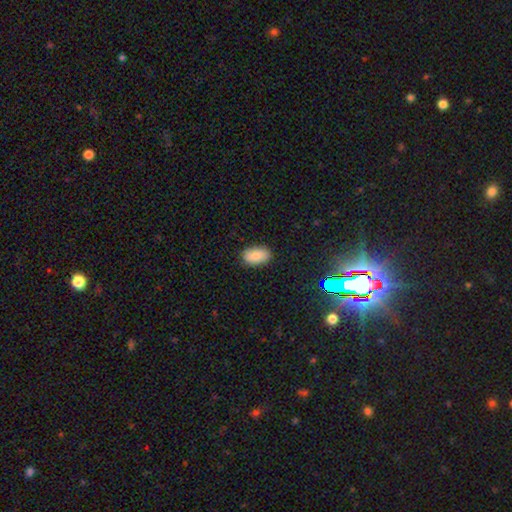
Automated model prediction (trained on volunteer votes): smooth 84%, star or artifact 8%, featured or disk 8%. Down the decision tree: how rounded — in between (93%); merging — none (86%).